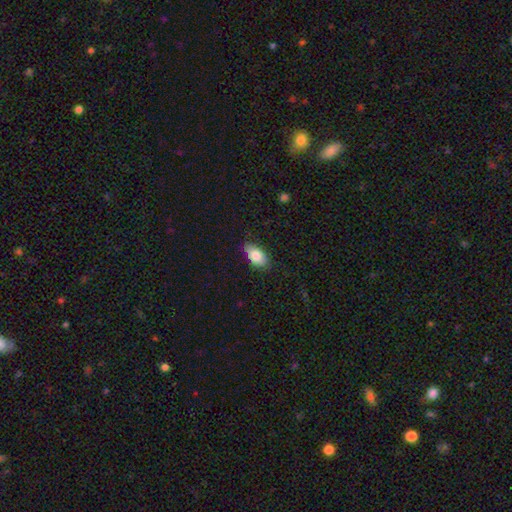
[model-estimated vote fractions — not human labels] Overall: smooth (81%). How rounded: in between (91%). Merging: none (76%).